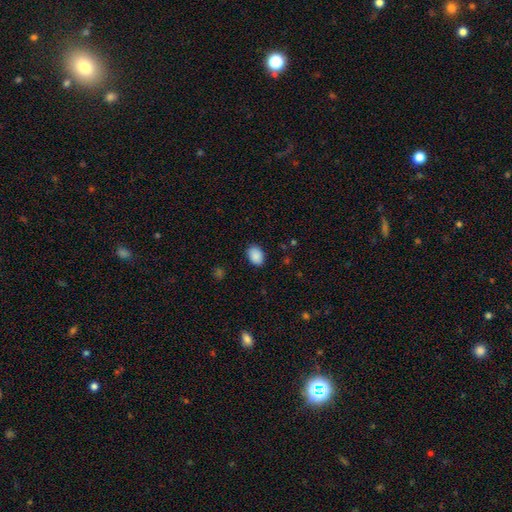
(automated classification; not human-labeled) This appears to be a smooth galaxy with no disk features (89%) that is in between round and cigar-shaped (82%). Merging: none (86%).